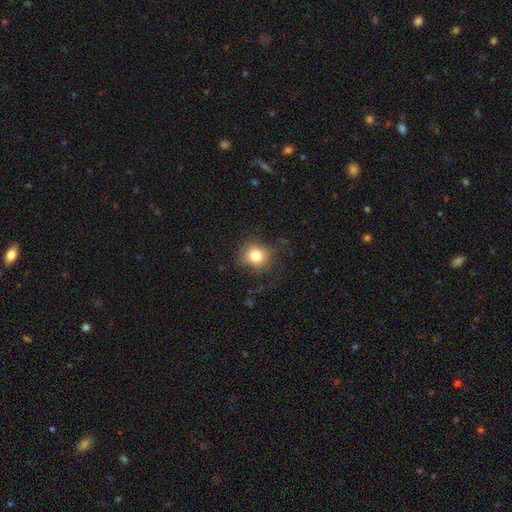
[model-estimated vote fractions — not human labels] A smooth galaxy with no disk features (79%) that is round (86%). Merging: none (80%).